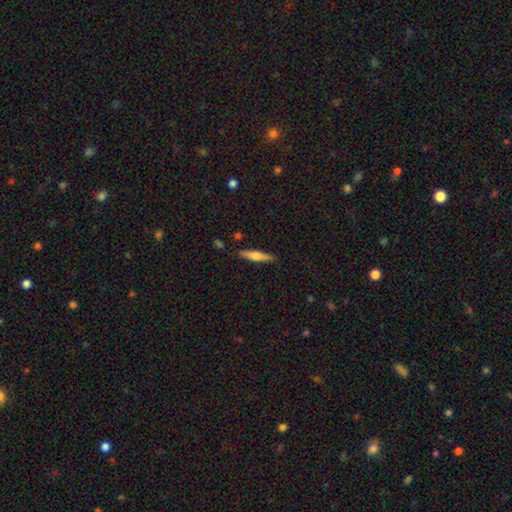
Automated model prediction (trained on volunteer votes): A smooth galaxy with no disk features (54%) that is cigar-shaped (86%).

Vote fractions:
- Smooth or featured? smooth: 54% / featured or disk: 40% / star or artifact: 6%
- How rounded? cigar-shaped: 86% / in between: 13% / round: 2%
- Merging? none: 88% / minor disturbance: 9% / major disturbance: 2% / merger: 2%